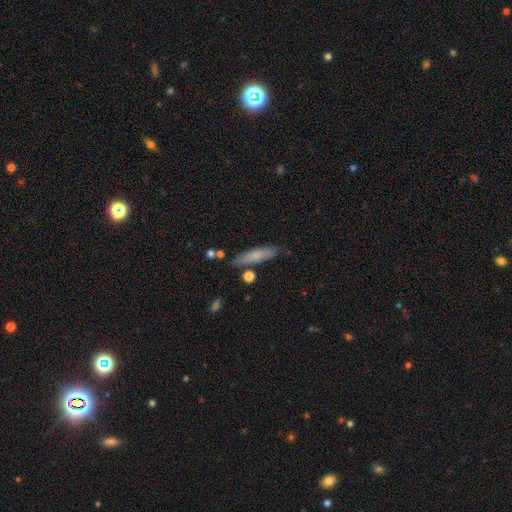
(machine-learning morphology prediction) Overall: smooth (73%). How rounded: cigar-shaped (82%). Merging: none (79%).